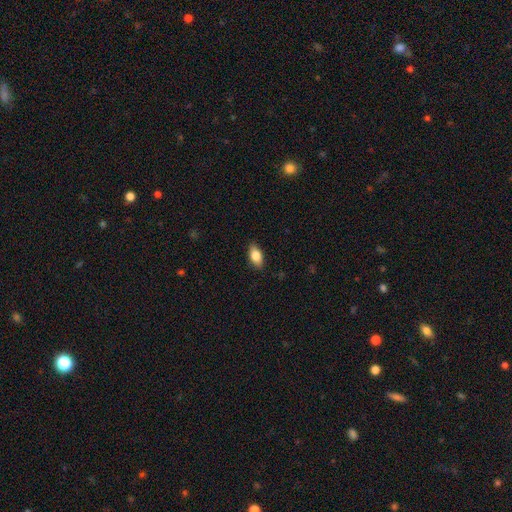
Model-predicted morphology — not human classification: Smooth or featured: smooth — 82% (featured or disk — 11%)
How rounded: in between — 89% (cigar-shaped — 6%)
Merging: none — 86% (minor disturbance — 11%)